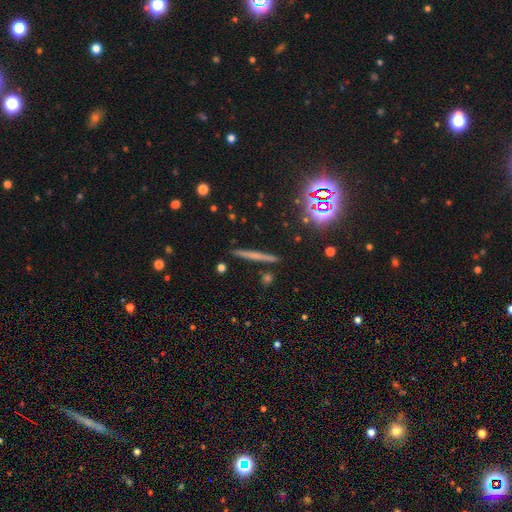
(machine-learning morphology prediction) A smooth galaxy with no disk features (46%).

Vote fractions:
- Smooth or featured? smooth: 46% / featured or disk: 37% / star or artifact: 17%
- Merging? none: 90% / minor disturbance: 6% / merger: 2% / major disturbance: 2%